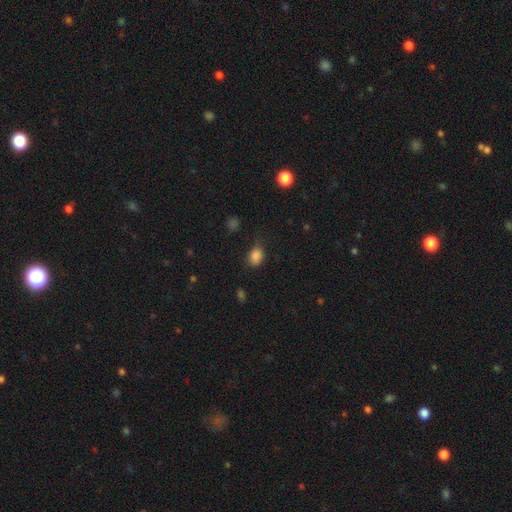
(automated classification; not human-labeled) The model was most divided on "how rounded": in between: 67%, round: 32%, cigar-shaped: 1%. More confident: smooth or featured — smooth (85%); merging — none (65%).